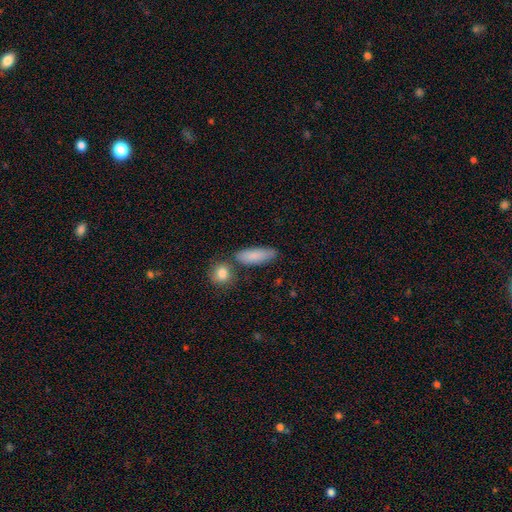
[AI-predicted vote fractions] Smooth or featured?
  - smooth: 85% *
  - featured or disk: 9%
  - star or artifact: 6%
How rounded?
  - in between: 65% *
  - cigar-shaped: 31%
  - round: 4%
Merging?
  - none: 69% *
  - minor disturbance: 15%
  - merger: 11%
  - major disturbance: 4%